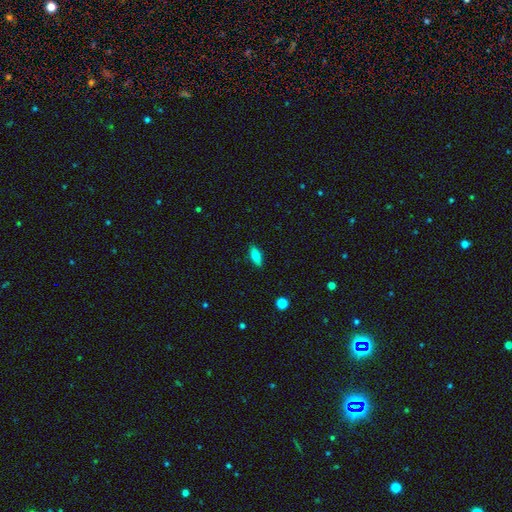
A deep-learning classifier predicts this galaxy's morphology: smooth-or-featured: smooth: 76% | featured or disk: 16% | star or artifact: 7%
  how-rounded: in between: 73% | cigar-shaped: 24% | round: 3%
  merging: none: 88% | minor disturbance: 9% | major disturbance: 2% | merger: 1%